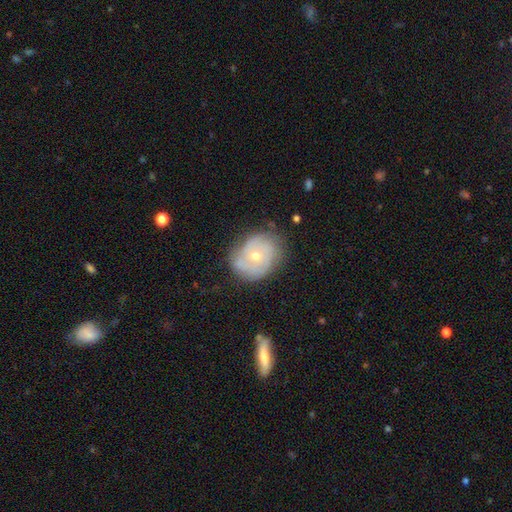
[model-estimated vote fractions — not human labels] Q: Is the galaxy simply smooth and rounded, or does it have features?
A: featured or disk — 61%.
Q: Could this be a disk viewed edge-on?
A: no — 96%.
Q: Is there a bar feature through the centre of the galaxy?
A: no — 83%.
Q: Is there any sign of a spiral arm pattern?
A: yes — 69%.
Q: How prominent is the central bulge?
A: small — 49%.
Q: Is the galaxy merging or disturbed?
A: none — 64%.